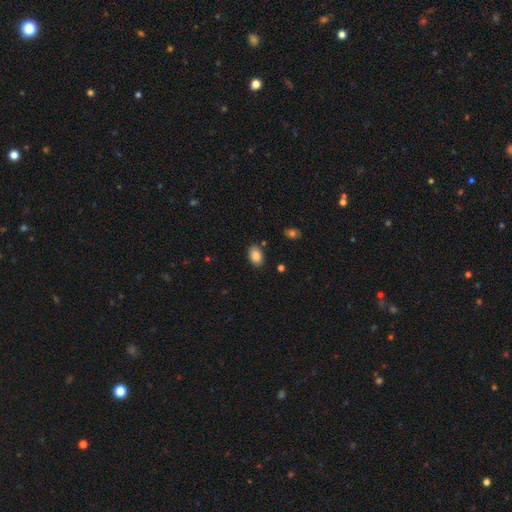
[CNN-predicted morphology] Smooth or featured?
  - smooth: 86% *
  - star or artifact: 8%
  - featured or disk: 6%
How rounded?
  - in between: 88% *
  - round: 10%
  - cigar-shaped: 1%
Merging?
  - none: 85% *
  - minor disturbance: 10%
  - merger: 2%
  - major disturbance: 2%